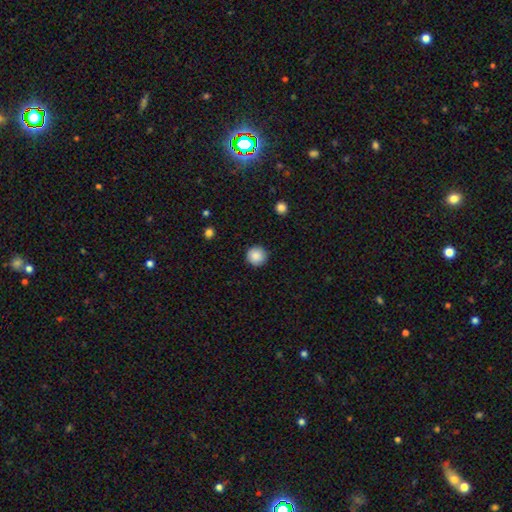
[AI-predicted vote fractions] Smooth or featured?
  - smooth: 88% *
  - star or artifact: 9%
  - featured or disk: 4%
How rounded?
  - round: 96% *
  - in between: 3%
  - cigar-shaped: 1%
Merging?
  - none: 92% *
  - minor disturbance: 6%
  - major disturbance: 2%
  - merger: 1%